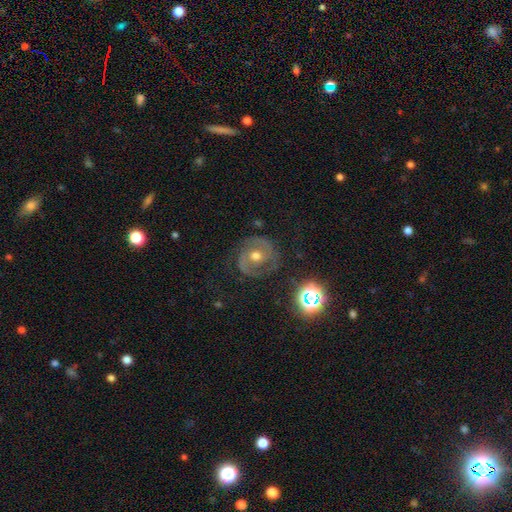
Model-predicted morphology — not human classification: Overall: featured or disk (76%). Edge-on disk: no (97%). Bar: no (57%; weak 32%). Spiral arms: yes (88%). Spiral arm count: 2 (73%). Spiral winding: tight (50%; medium 40%). Bulge size: moderate (75%). Merging: none (78%).